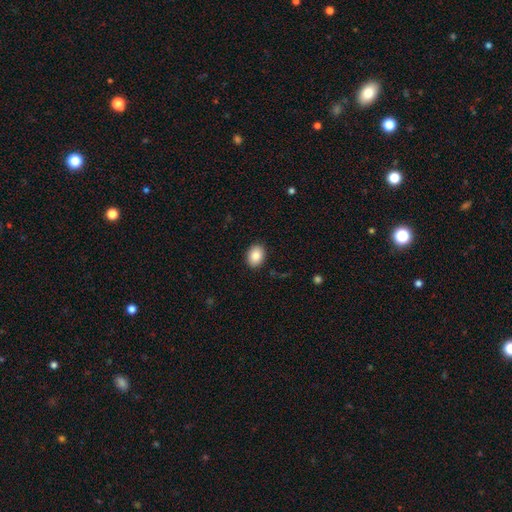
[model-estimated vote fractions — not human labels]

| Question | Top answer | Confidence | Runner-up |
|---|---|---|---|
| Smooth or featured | smooth | 87% | star or artifact (8%) |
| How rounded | in between | 68% | round (31%) |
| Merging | none | 90% | minor disturbance (7%) |